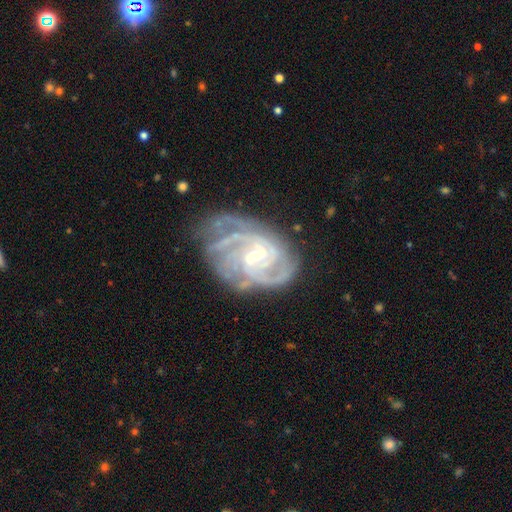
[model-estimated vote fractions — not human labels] Overall: featured or disk (90%). Edge-on disk: no (98%). Bar: weak (50%; no 33%). Spiral arms: yes (98%). Spiral arm count: 3 (29%; 4 23%). Spiral winding: tight (57%; medium 37%). Bulge size: small (74%). Merging: none (60%; minor disturbance 23%).